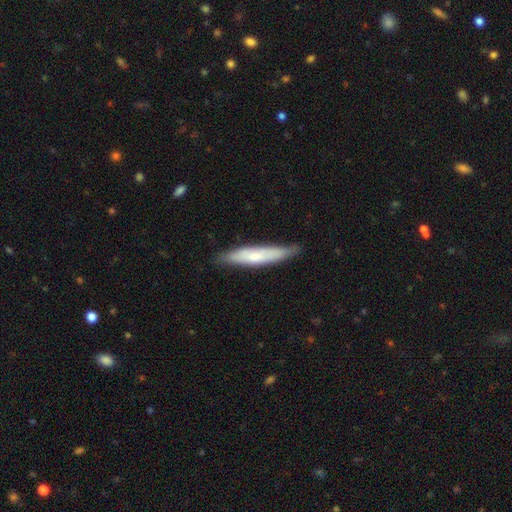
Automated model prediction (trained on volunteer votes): This is possibly a smooth galaxy (56%). How rounded: clearly cigar-shaped (87%). Merging: likely none (80%).